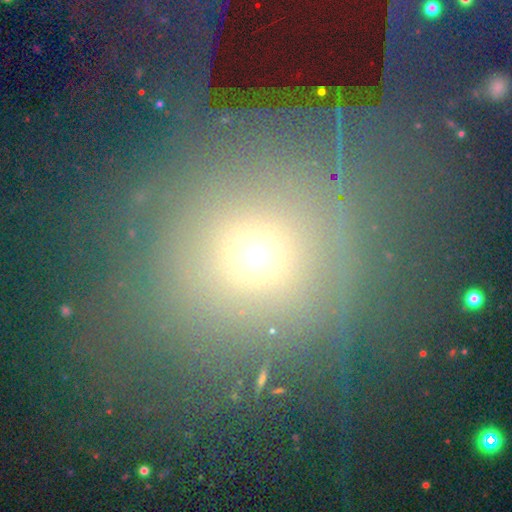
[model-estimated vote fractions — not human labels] Q: Smooth or featured?
A: smooth (63%); runner-up: star or artifact (25%)
Q: How rounded?
A: round (80%); runner-up: in between (18%)
Q: Merging?
A: none (71%); runner-up: minor disturbance (12%)